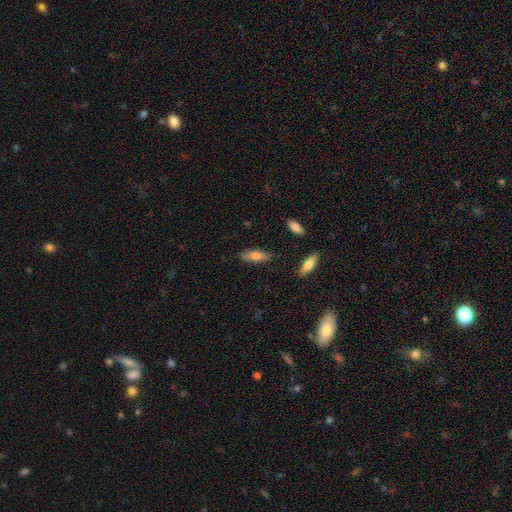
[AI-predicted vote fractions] Smooth or featured?
  - smooth: 72% *
  - featured or disk: 21%
  - star or artifact: 7%
How rounded?
  - in between: 59% *
  - cigar-shaped: 39%
  - round: 2%
Merging?
  - none: 82% *
  - minor disturbance: 13%
  - major disturbance: 3%
  - merger: 2%